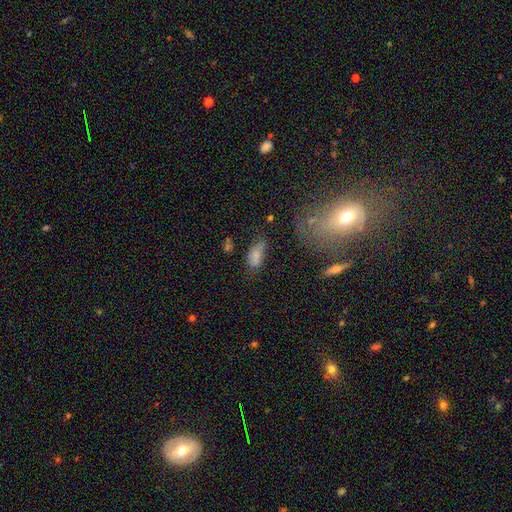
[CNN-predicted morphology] Smooth or featured: smooth — 74% (featured or disk — 14%)
How rounded: in between — 87% (cigar-shaped — 8%)
Merging: none — 46% (minor disturbance — 31%)